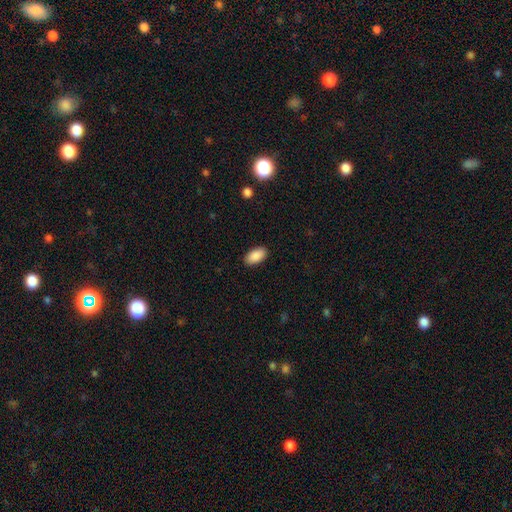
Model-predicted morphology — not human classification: This is clearly a smooth galaxy (90%). How rounded: clearly in between (95%). Merging: clearly none (90%).